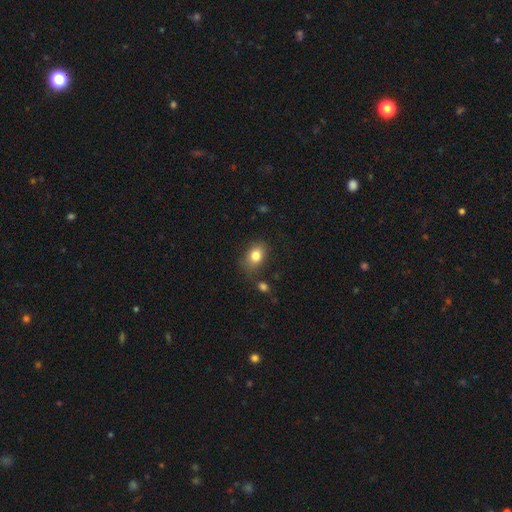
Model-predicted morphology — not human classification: Smooth or featured? smooth (81%)
How rounded? in between (70%)
Merging? none (72%)